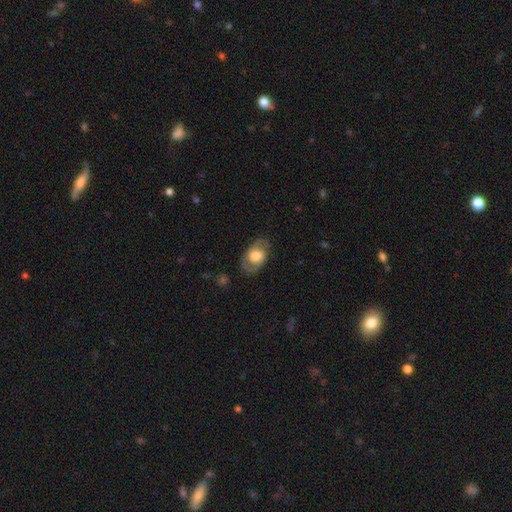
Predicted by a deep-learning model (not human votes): Q: Smooth or featured?
A: smooth (48%); runner-up: featured or disk (46%)
Q: Merging?
A: none (76%); runner-up: minor disturbance (15%)